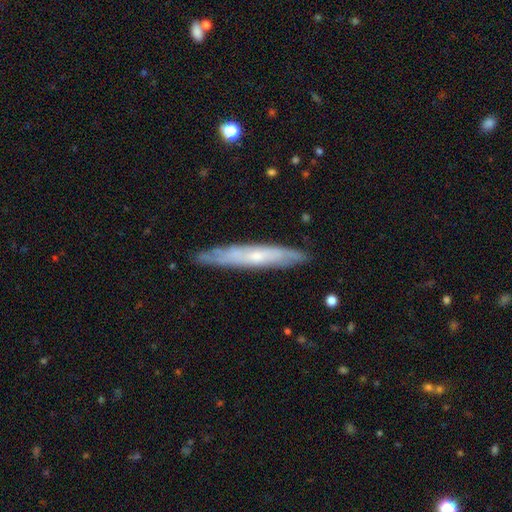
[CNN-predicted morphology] Overall: featured or disk (58%; smooth 35%). Edge-on disk: yes (73%). Merging: none (85%).